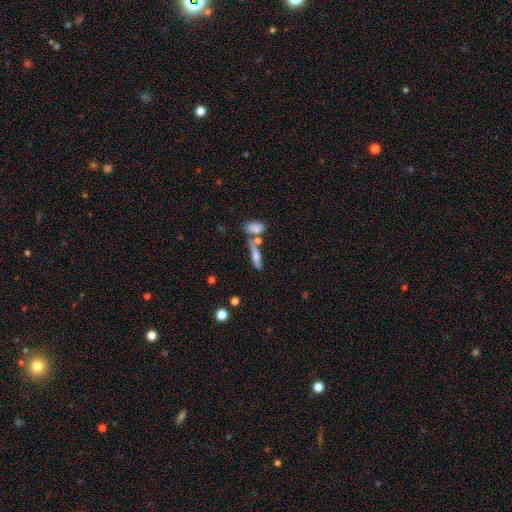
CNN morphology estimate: smooth-or-featured: smooth: 53% | featured or disk: 38% | star or artifact: 9%
  how-rounded: cigar-shaped: 71% | in between: 26% | round: 4%
  merging: none: 56% | merger: 26% | minor disturbance: 12% | major disturbance: 5%